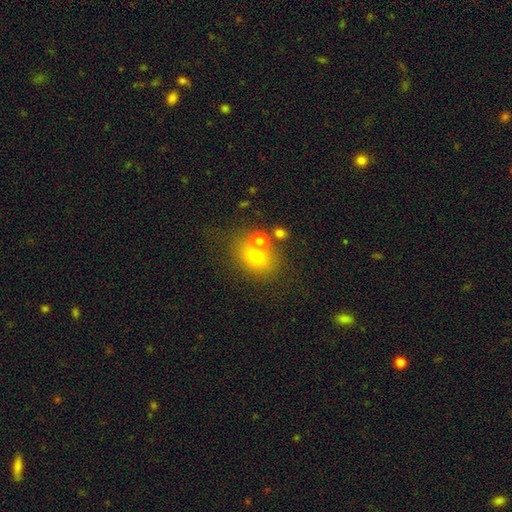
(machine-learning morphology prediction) smooth_or_featured: smooth (p=0.69) [alt: featured or disk p=0.18]
how_rounded: round (p=0.50) [alt: in between p=0.49]
merging: none (p=0.52) [alt: merger p=0.31]